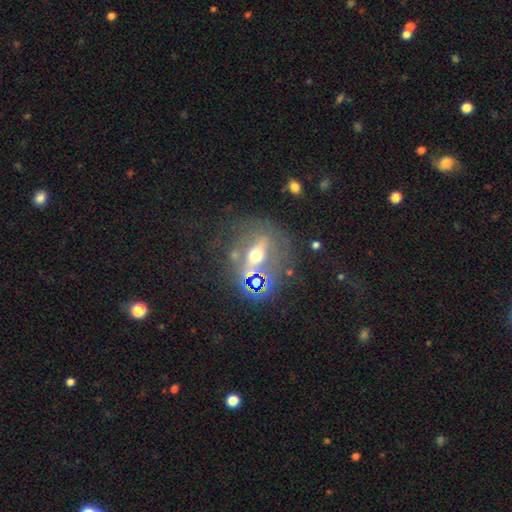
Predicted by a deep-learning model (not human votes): Morphology: type=featured or disk (47%); merging=none (68%).